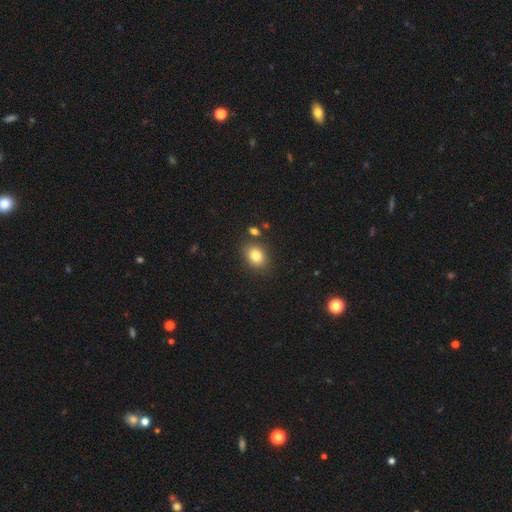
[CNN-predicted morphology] This is clearly a smooth galaxy (83%). How rounded: possibly in between (59%). Merging: clearly none (81%).